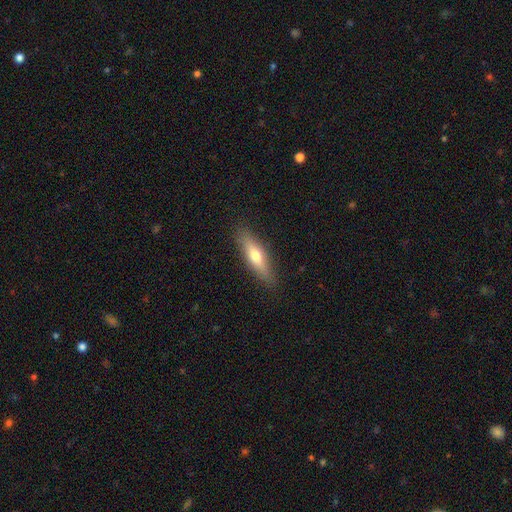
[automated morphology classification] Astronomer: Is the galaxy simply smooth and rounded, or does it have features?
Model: smooth — 58% (runner-up: featured or disk, 35%).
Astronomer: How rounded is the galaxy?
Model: cigar-shaped — 67%.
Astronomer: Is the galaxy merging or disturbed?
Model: none — 86%.